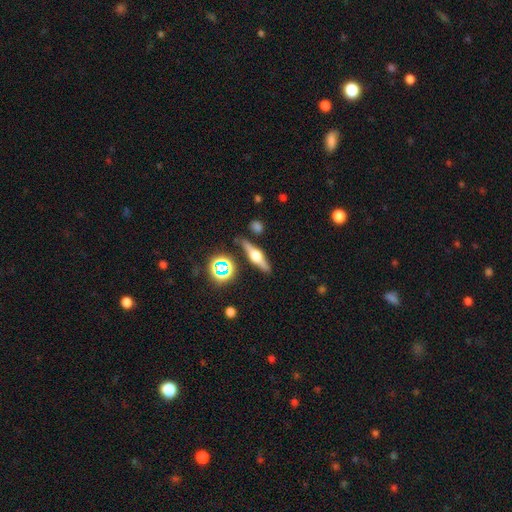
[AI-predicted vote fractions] A featured or disk galaxy (70%) viewed edge-on (96%) with a rounded central bulge (94%).

Vote fractions:
- Smooth or featured? featured or disk: 70% / smooth: 20% / star or artifact: 10%
- Edge-on disk? yes: 96% / no: 4%
- Edge-on bulge? rounded: 94% / boxy: 4% / none: 2%
- Merging? none: 86% / minor disturbance: 9% / merger: 3% / major disturbance: 3%